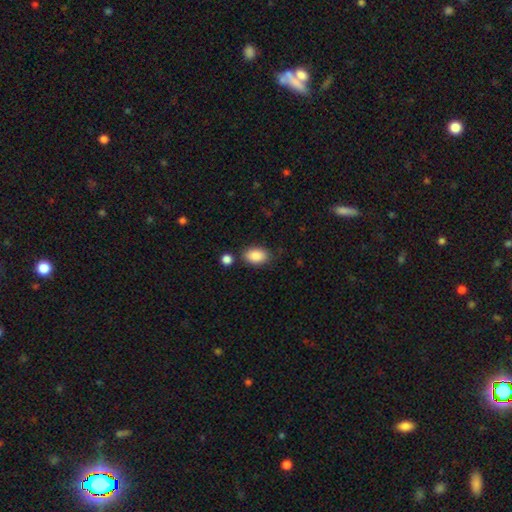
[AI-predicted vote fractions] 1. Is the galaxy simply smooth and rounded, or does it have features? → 89% smooth, 7% star or artifact, 4% featured or disk.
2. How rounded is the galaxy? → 89% in between, 9% round, 1% cigar-shaped.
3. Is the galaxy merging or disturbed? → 79% none, 12% minor disturbance, 6% merger, 3% major disturbance.